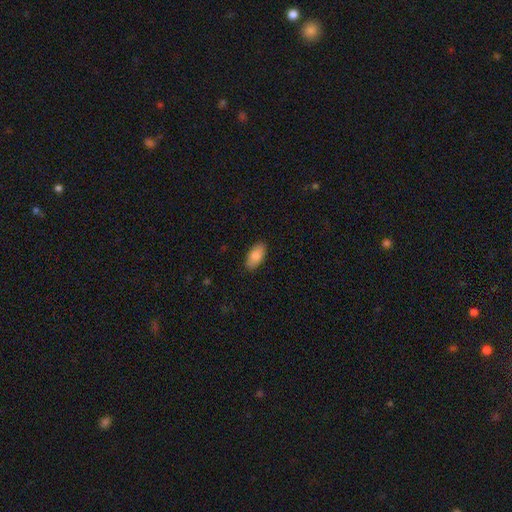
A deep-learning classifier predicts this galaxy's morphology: type=smooth (82%); roundness=in between (93%); merging=none (89%).